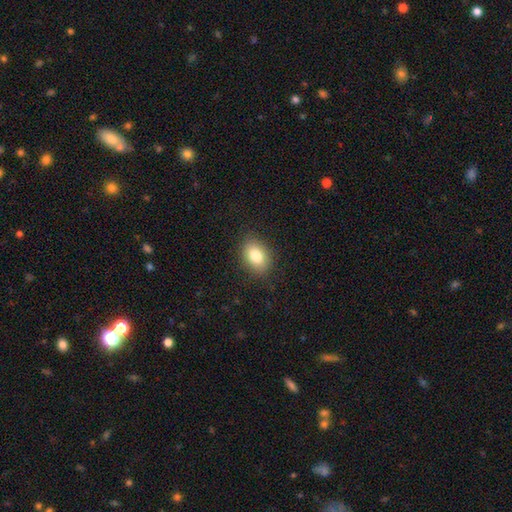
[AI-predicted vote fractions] Smooth or featured? smooth (82%)
How rounded? in between (76%)
Merging? none (86%)